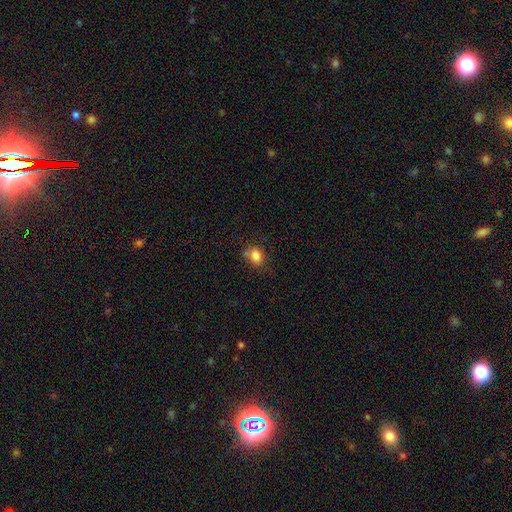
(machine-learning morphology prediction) smooth-or-featured: smooth: 82% | star or artifact: 11% | featured or disk: 7%
  how-rounded: in between: 58% | round: 41% | cigar-shaped: 1%
  merging: none: 58% | minor disturbance: 26% | major disturbance: 9% | merger: 8%